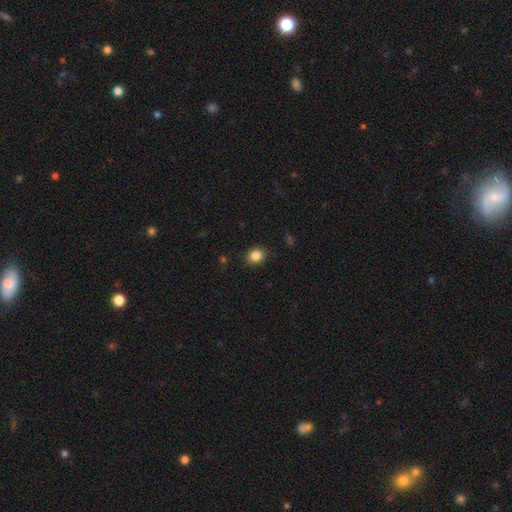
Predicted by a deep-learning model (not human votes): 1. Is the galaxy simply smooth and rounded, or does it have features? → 85% smooth, 10% star or artifact, 5% featured or disk.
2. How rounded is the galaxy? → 63% round, 36% in between, 1% cigar-shaped.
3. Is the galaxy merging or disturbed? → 88% none, 8% minor disturbance, 2% major disturbance, 1% merger.